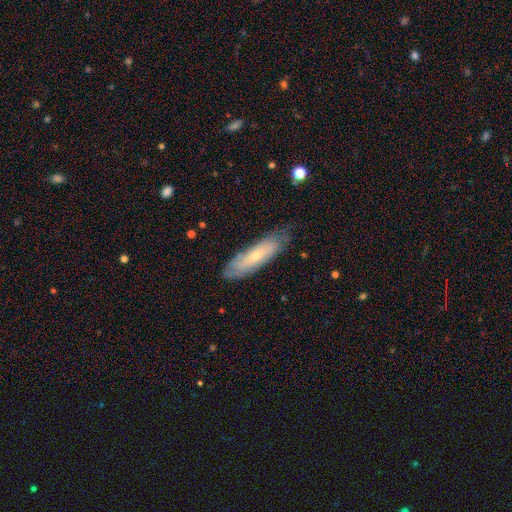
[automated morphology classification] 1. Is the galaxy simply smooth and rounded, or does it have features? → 47% smooth, 46% featured or disk, 7% star or artifact.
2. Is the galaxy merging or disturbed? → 70% none, 24% minor disturbance, 5% major disturbance, 1% merger.